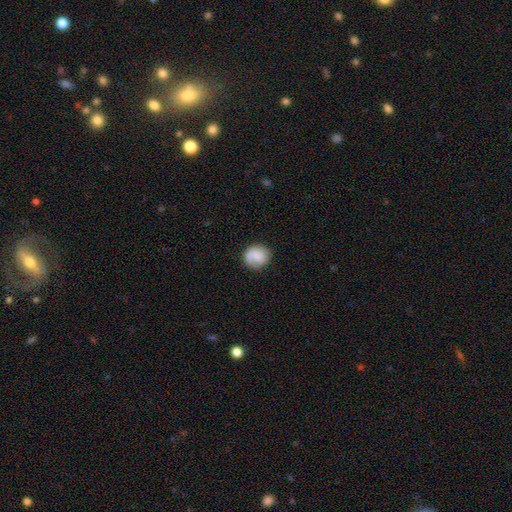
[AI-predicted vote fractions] A smooth galaxy with no disk features (72%) that is round (82%).

Vote fractions:
- Smooth or featured? smooth: 72% / featured or disk: 21% / star or artifact: 7%
- How rounded? round: 82% / in between: 17% / cigar-shaped: 1%
- Merging? none: 74% / minor disturbance: 17% / major disturbance: 8% / merger: 2%